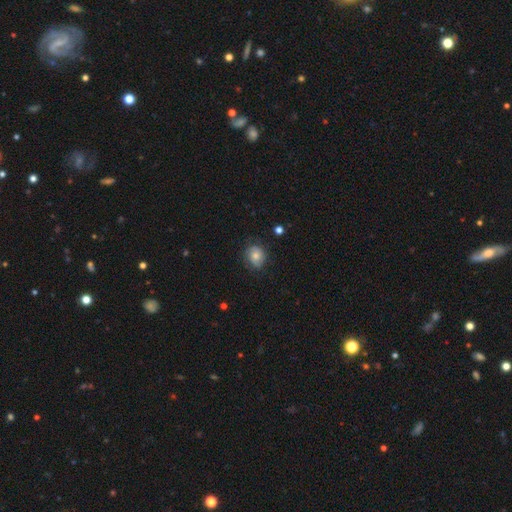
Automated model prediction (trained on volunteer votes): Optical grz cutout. It shows a smooth galaxy with no disk features (60%) that is round (68%). Merging: none (72%).